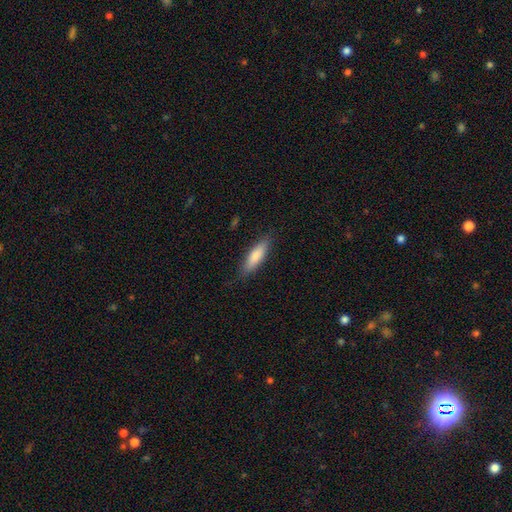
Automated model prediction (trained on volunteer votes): smooth 76%, featured or disk 18%, star or artifact 6%. Down the decision tree: how rounded — cigar-shaped (62%); merging — none (84%).